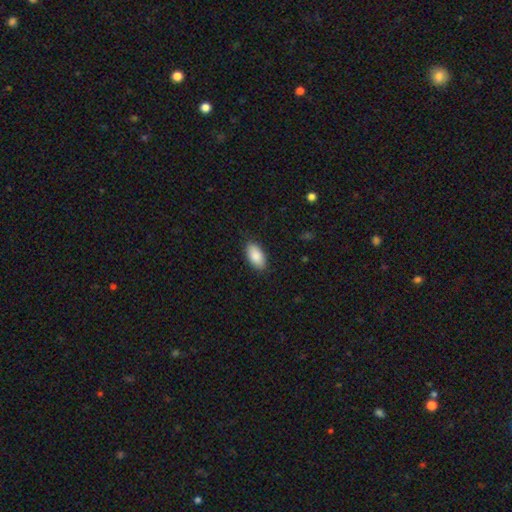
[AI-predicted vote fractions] Q: Smooth or featured?
A: smooth (89%); runner-up: star or artifact (6%)
Q: How rounded?
A: in between (94%); runner-up: cigar-shaped (4%)
Q: Merging?
A: none (87%); runner-up: minor disturbance (10%)